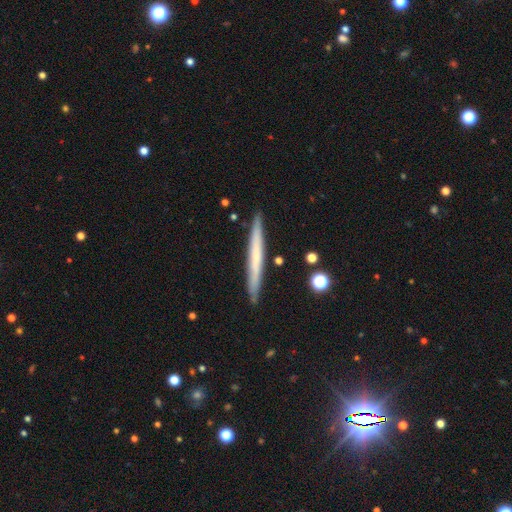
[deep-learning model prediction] Smooth or featured? Predicted: smooth (p=0.51). How rounded? Predicted: cigar-shaped (p=0.97). Merging? Predicted: none (p=0.89).